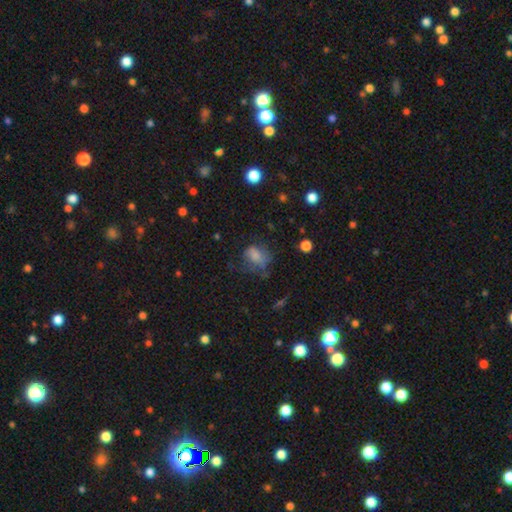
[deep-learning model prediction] Smooth or featured? smooth (62%)
How rounded? in between (61%)
Merging? none (35%)